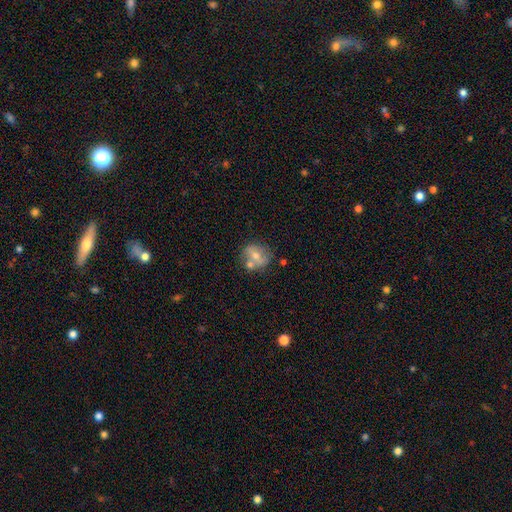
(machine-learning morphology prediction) This appears to be a smooth galaxy with no disk features (47%). Merging: none (62%).